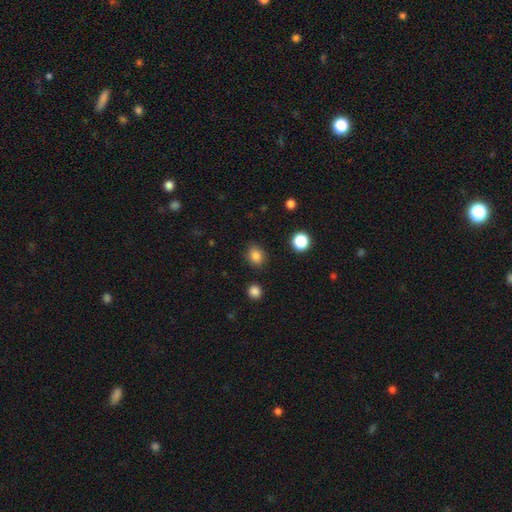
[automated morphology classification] The model was most divided on "how rounded": round: 58%, in between: 41%, cigar-shaped: 1%. More confident: smooth or featured — smooth (84%); merging — none (83%).